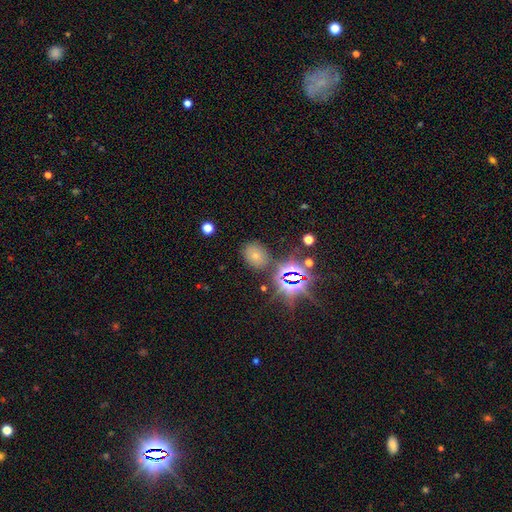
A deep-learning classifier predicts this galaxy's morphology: A smooth galaxy with no disk features (59%) that is in between round and cigar-shaped (59%). Merging: none (79%).